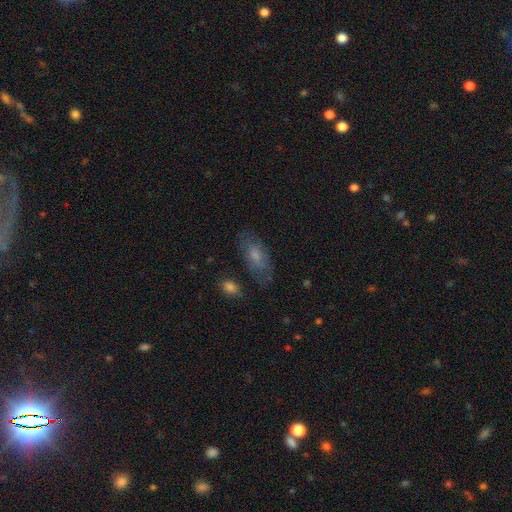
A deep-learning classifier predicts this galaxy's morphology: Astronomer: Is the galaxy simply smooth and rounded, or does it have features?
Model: smooth — 64%.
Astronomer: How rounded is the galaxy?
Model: in between — 85%.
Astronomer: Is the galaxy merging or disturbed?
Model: none — 67%.